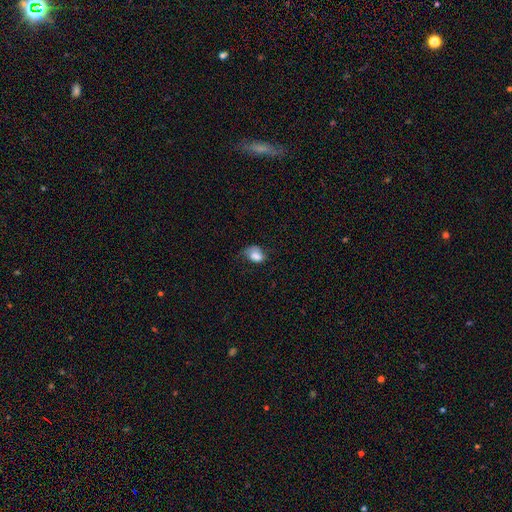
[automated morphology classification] smooth_or_featured: smooth (p=0.77) [alt: featured or disk p=0.14]
how_rounded: in between (p=0.73) [alt: round p=0.26]
merging: none (p=0.36) [alt: minor disturbance p=0.35]